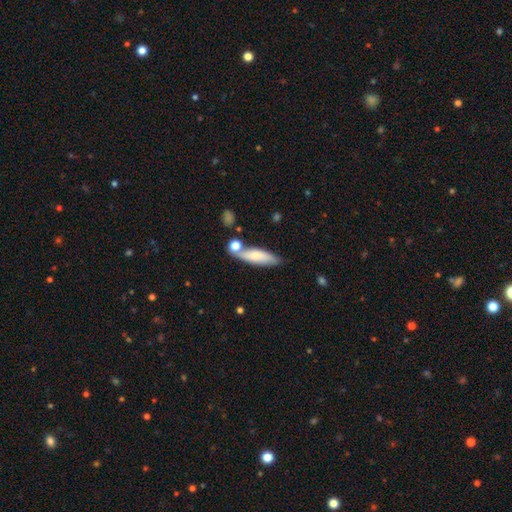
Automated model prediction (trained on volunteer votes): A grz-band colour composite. It shows a smooth galaxy with no disk features (69%) that is cigar-shaped (59%). Merging: none (60%).